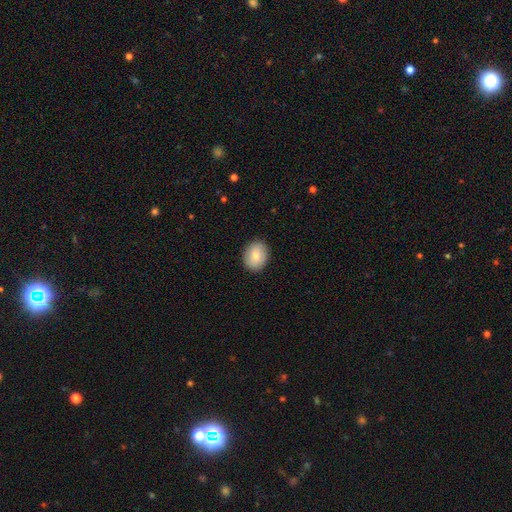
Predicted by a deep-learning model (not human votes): smooth_or_featured: smooth (p=0.79) [alt: featured or disk p=0.14]
how_rounded: in between (p=0.51) [alt: round p=0.48]
merging: none (p=0.89) [alt: minor disturbance p=0.08]